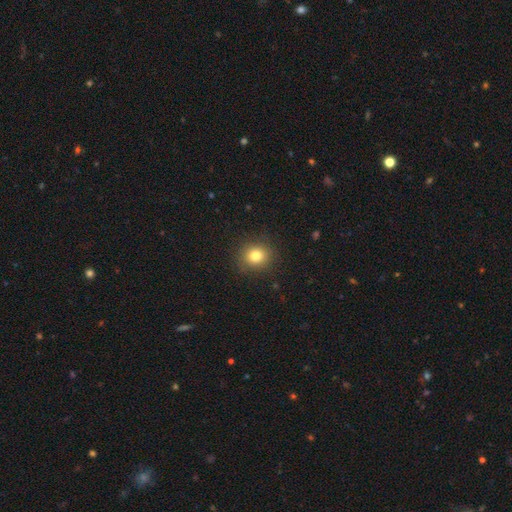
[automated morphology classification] Smooth or featured?
  - smooth: 81% *
  - star or artifact: 12%
  - featured or disk: 7%
How rounded?
  - round: 81% *
  - in between: 18%
  - cigar-shaped: 1%
Merging?
  - none: 89% *
  - minor disturbance: 8%
  - major disturbance: 3%
  - merger: 1%